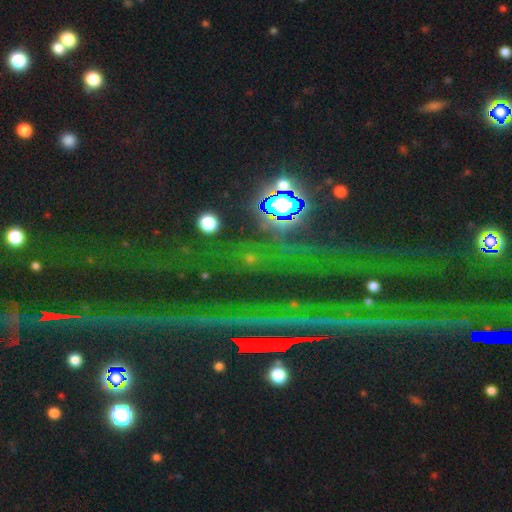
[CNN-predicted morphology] This appears to be a star or artifact, not a galaxy (85%).